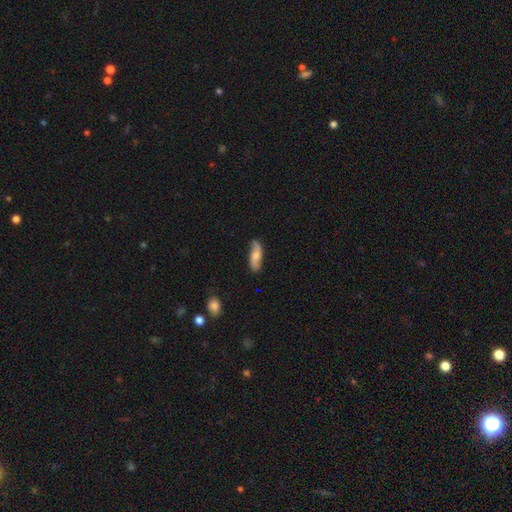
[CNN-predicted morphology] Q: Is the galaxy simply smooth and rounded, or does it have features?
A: smooth — 48%.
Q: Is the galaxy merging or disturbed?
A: none — 76%.